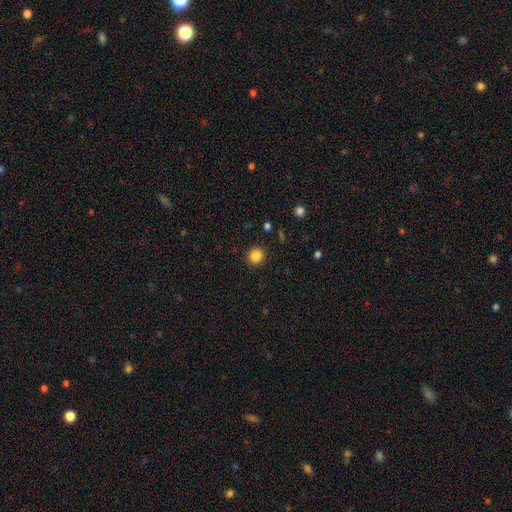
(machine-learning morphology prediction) The model was most divided on "smooth or featured": smooth: 86%, star or artifact: 11%, featured or disk: 3%. More confident: merging — none (91%); how rounded — round (88%).